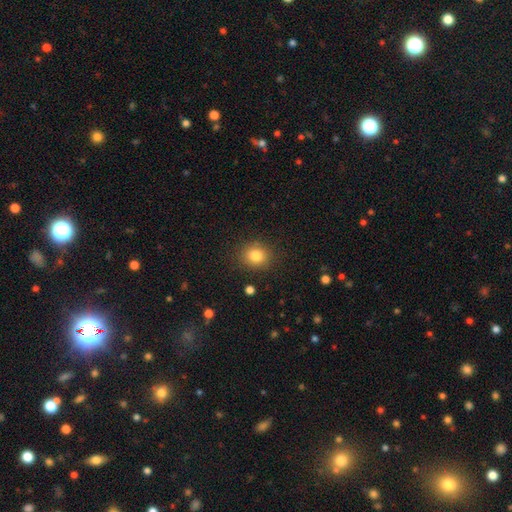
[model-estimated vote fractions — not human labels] smooth_or_featured: smooth (p=0.83) [alt: star or artifact p=0.11]
how_rounded: round (p=0.78) [alt: in between p=0.21]
merging: none (p=0.87) [alt: minor disturbance p=0.09]